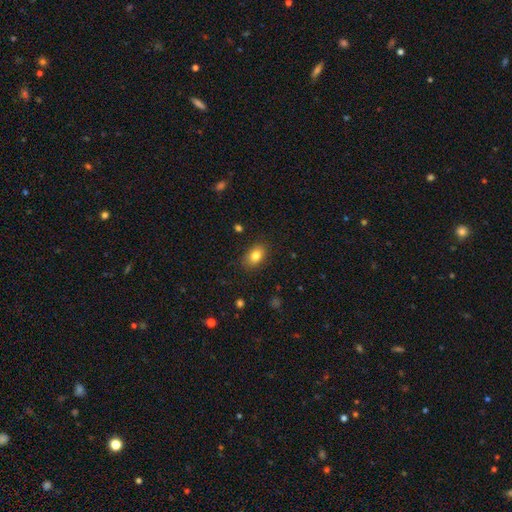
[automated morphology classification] Smooth or featured?
  - smooth: 82% *
  - star or artifact: 9%
  - featured or disk: 9%
How rounded?
  - in between: 82% *
  - round: 16%
  - cigar-shaped: 1%
Merging?
  - none: 85% *
  - minor disturbance: 11%
  - major disturbance: 3%
  - merger: 1%